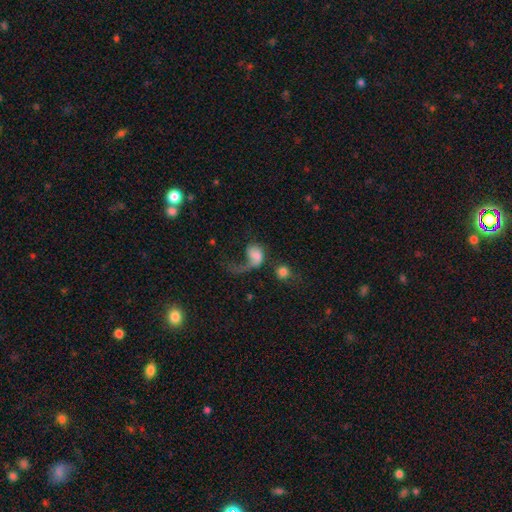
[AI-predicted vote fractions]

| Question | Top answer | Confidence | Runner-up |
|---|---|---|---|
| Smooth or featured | featured or disk | 46% | smooth (45%) |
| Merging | major disturbance | 54% | none (20%) |